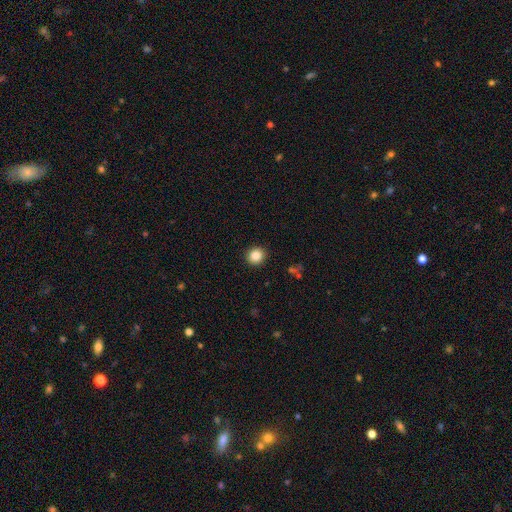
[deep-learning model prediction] This appears to be a smooth galaxy with no disk features (86%) that is round (91%). Merging: none (92%).